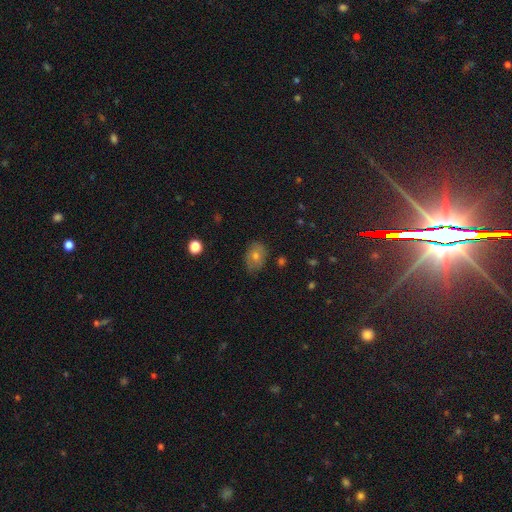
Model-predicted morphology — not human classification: smooth_or_featured: smooth (p=0.58) [alt: featured or disk p=0.24]
how_rounded: in between (p=0.68) [alt: round p=0.31]
merging: none (p=0.77) [alt: minor disturbance p=0.17]